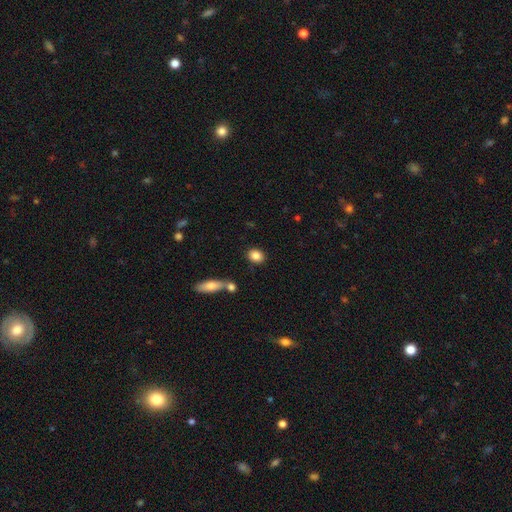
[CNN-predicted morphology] Smooth or featured? Predicted: smooth (p=0.85). How rounded? Predicted: in between (p=0.55). Merging? Predicted: none (p=0.80).